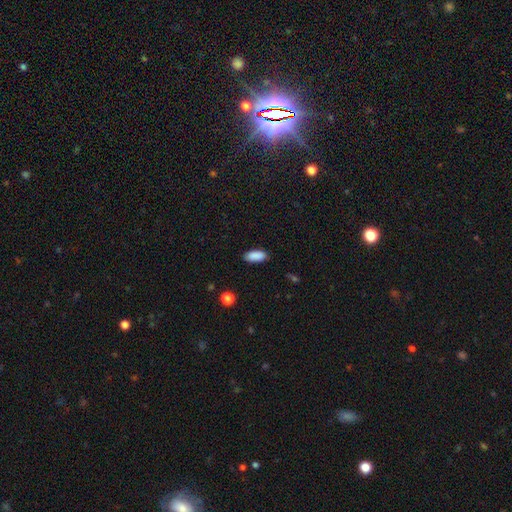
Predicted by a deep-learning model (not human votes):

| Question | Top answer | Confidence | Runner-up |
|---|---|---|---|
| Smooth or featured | smooth | 89% | star or artifact (7%) |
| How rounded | in between | 85% | cigar-shaped (13%) |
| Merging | none | 87% | minor disturbance (10%) |